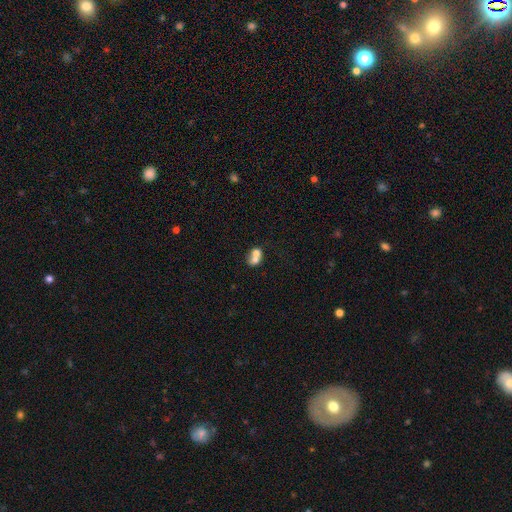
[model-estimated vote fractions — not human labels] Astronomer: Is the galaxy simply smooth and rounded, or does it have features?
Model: smooth — 66%.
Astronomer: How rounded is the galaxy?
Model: round — 60% (runner-up: in between, 39%).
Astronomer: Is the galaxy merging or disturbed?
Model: merger — 71%.